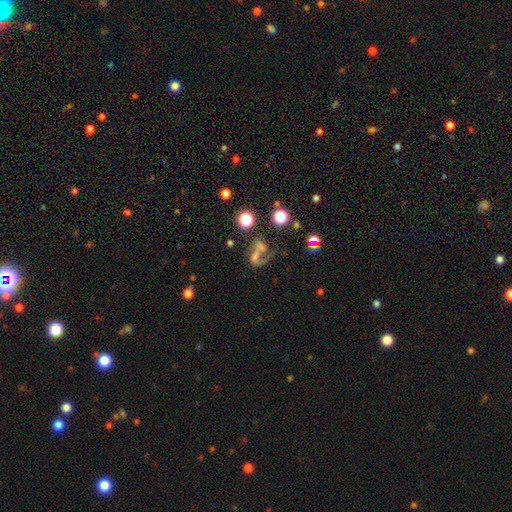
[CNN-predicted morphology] This is marginally a featured or disk galaxy (42%). Merging: marginally merger (36%).